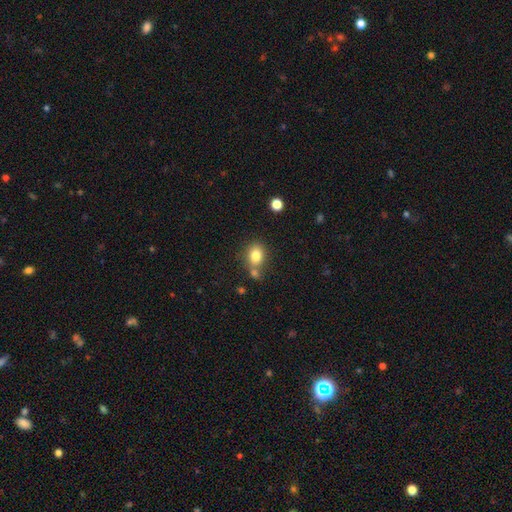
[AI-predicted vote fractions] smooth 81%, star or artifact 10%, featured or disk 9%. Down the decision tree: how rounded — in between (52%); merging — none (59%).